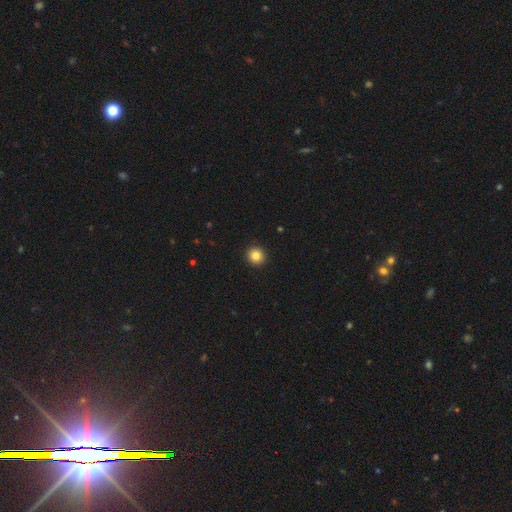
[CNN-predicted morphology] A smooth galaxy with no disk features (84%) that is round (94%). Merging: none (94%).